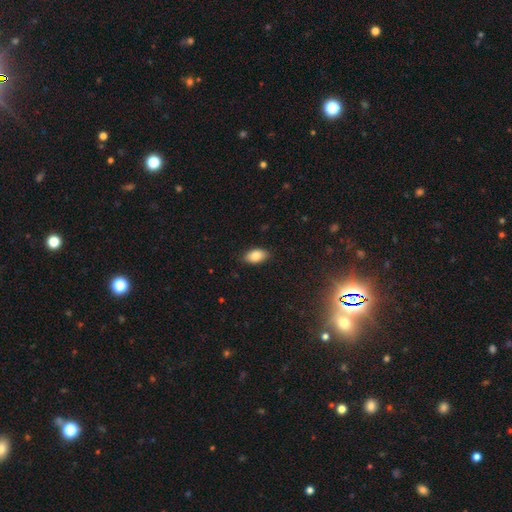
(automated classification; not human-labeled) Smooth or featured: smooth — 85% (star or artifact — 8%)
How rounded: in between — 92% (round — 6%)
Merging: none — 85% (minor disturbance — 11%)